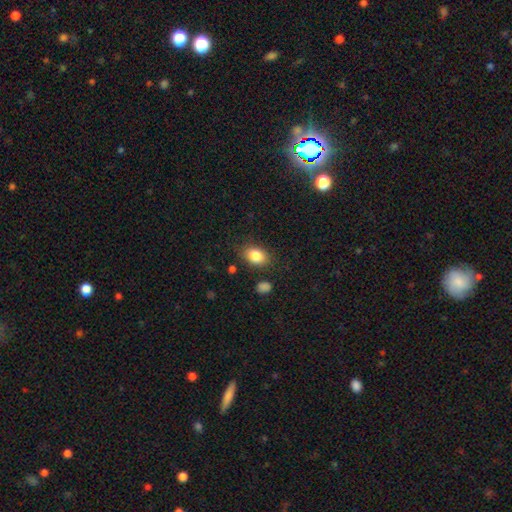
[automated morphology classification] Smooth or featured? smooth (85%)
How rounded? in between (73%)
Merging? none (81%)